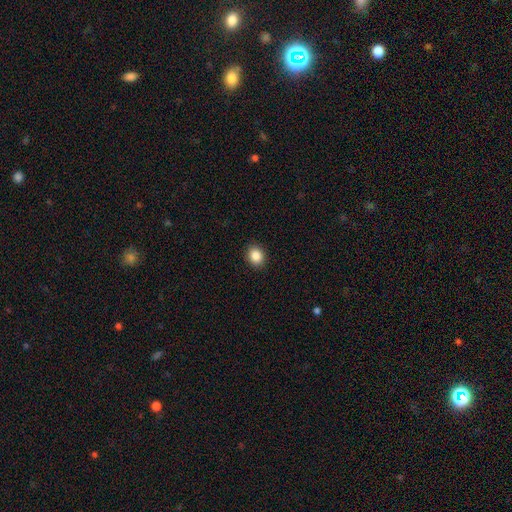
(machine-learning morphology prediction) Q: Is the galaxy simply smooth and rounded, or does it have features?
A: smooth — 87%.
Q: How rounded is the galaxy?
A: round — 66%.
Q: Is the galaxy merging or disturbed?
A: none — 91%.